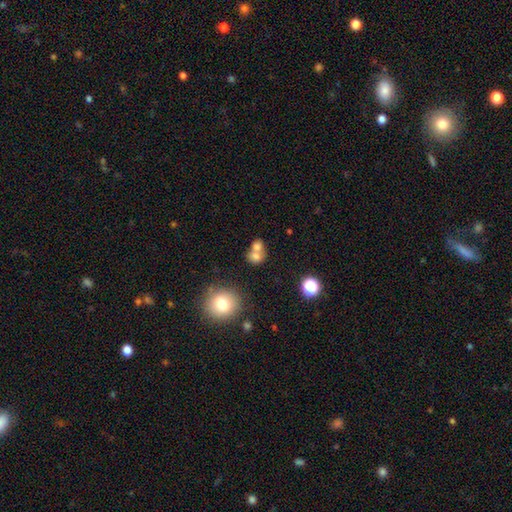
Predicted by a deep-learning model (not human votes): The model was most divided on "merging": merger: 59%, none: 30%, minor disturbance: 7%, major disturbance: 4%. More confident: smooth or featured — smooth (72%); how rounded — round (68%).